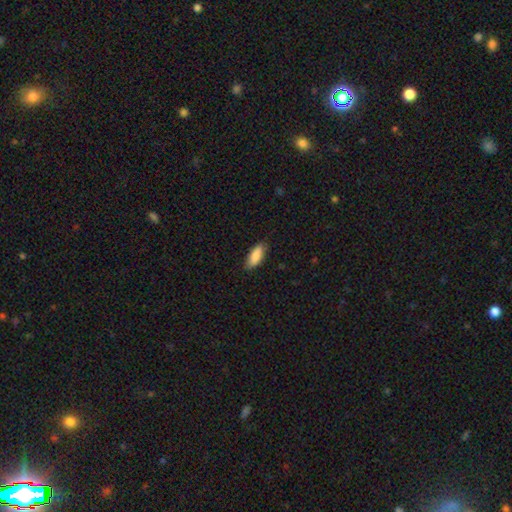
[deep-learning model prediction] Q: Smooth or featured?
A: smooth (87%); runner-up: featured or disk (7%)
Q: How rounded?
A: in between (73%); runner-up: cigar-shaped (25%)
Q: Merging?
A: none (84%); runner-up: minor disturbance (12%)